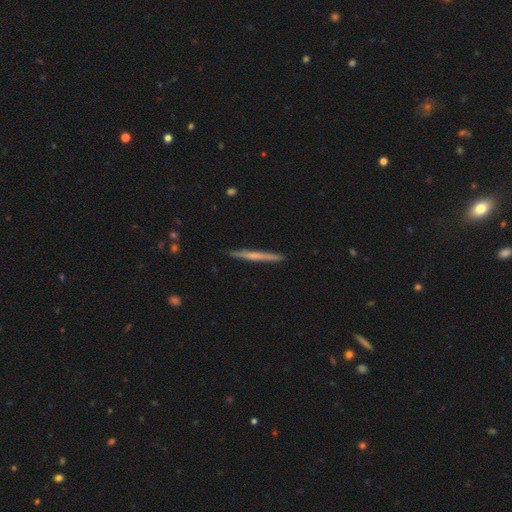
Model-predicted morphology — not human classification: Smooth or featured? featured or disk (52%)
Edge-on disk? yes (98%)
Edge-on bulge? none (68%)
Merging? none (91%)